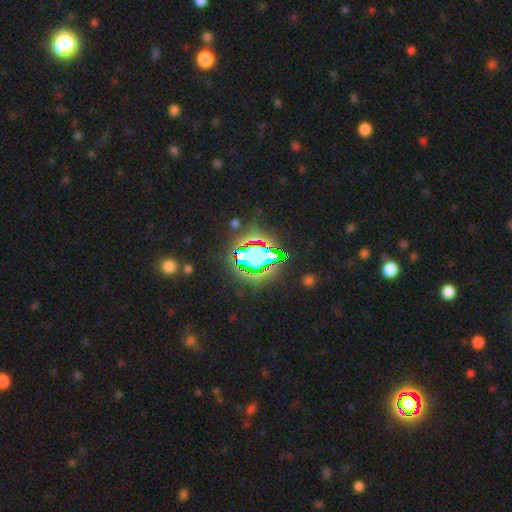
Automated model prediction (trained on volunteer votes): Overall: star or artifact (69%).